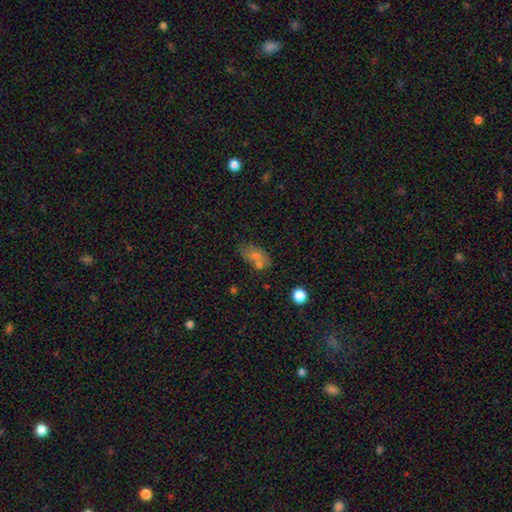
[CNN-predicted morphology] This is likely a smooth galaxy (63%). How rounded: likely in between (79%). Merging: possibly none (55%).